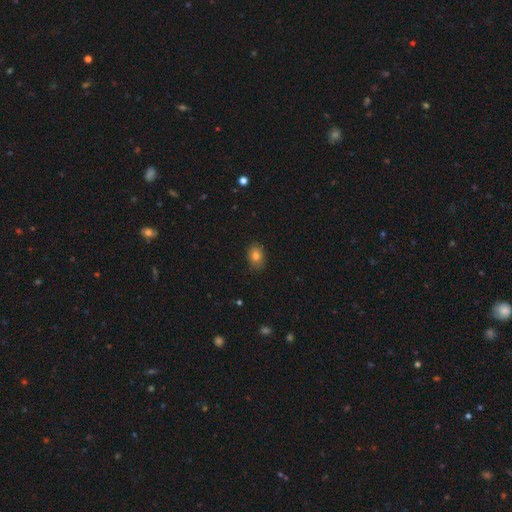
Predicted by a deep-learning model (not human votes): Smooth or featured?
  - smooth: 80% *
  - star or artifact: 10%
  - featured or disk: 10%
How rounded?
  - in between: 69% *
  - round: 30%
  - cigar-shaped: 1%
Merging?
  - none: 82% *
  - minor disturbance: 14%
  - major disturbance: 2%
  - merger: 1%